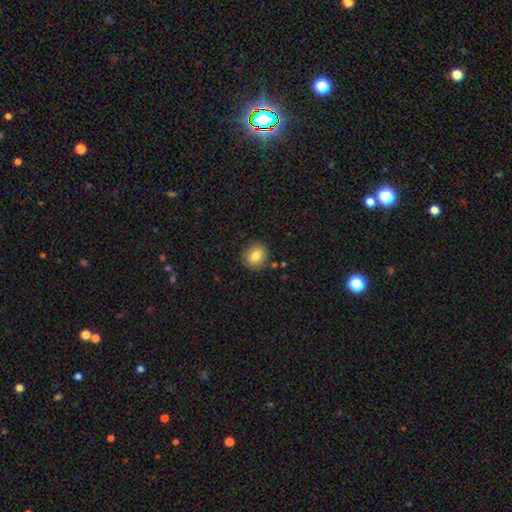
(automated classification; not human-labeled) smooth 82%, star or artifact 9%, featured or disk 8%. Down the decision tree: how rounded — round (77%); merging — none (86%).